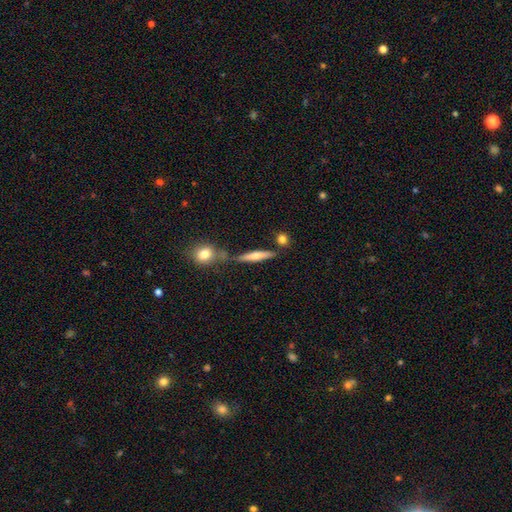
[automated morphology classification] smooth 49%, featured or disk 43%, star or artifact 8%. Down the decision tree: merging — none (73%).